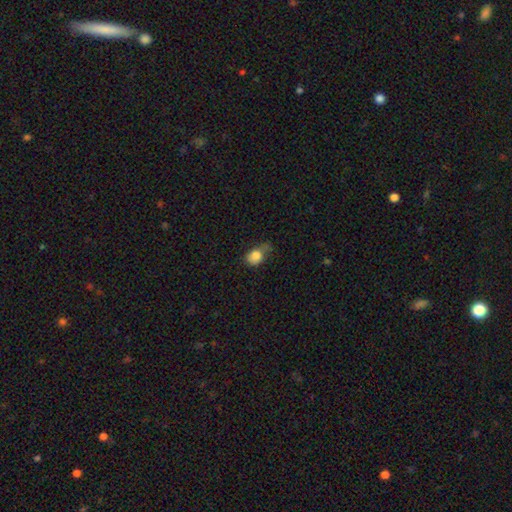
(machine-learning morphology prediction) Smooth or featured? Predicted: smooth (p=0.82). How rounded? Predicted: in between (p=0.62). Merging? Predicted: minor disturbance (p=0.41).